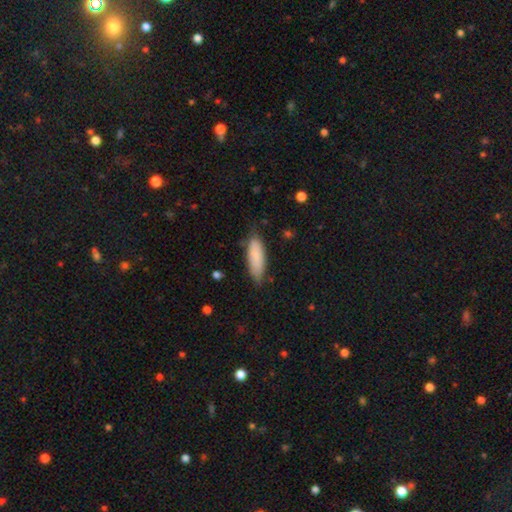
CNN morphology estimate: A smooth galaxy with no disk features (84%) that is in between round and cigar-shaped (60%).

Vote fractions:
- Smooth or featured? smooth: 84% / featured or disk: 10% / star or artifact: 6%
- How rounded? in between: 60% / cigar-shaped: 38% / round: 2%
- Merging? none: 74% / minor disturbance: 21% / major disturbance: 4% / merger: 2%